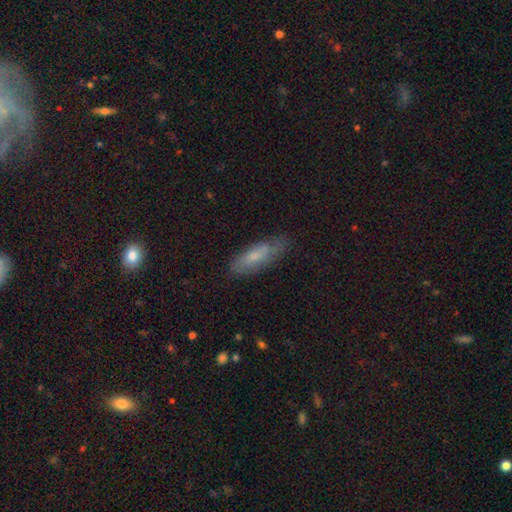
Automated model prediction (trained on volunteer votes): Q: Smooth or featured?
A: smooth (67%); runner-up: featured or disk (25%)
Q: How rounded?
A: cigar-shaped (51%); runner-up: in between (47%)
Q: Merging?
A: none (72%); runner-up: minor disturbance (21%)